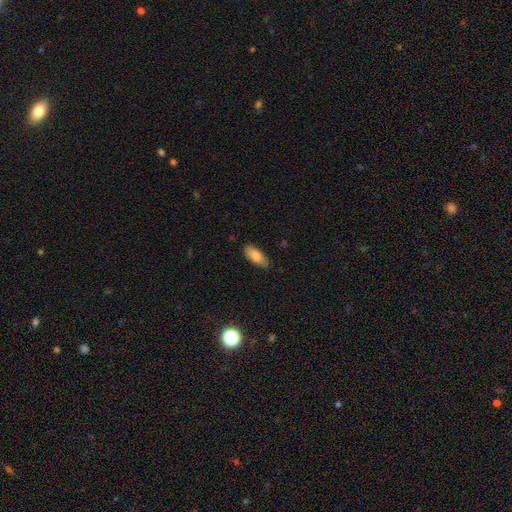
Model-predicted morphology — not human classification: type=smooth (81%); roundness=in between (81%); merging=none (84%).